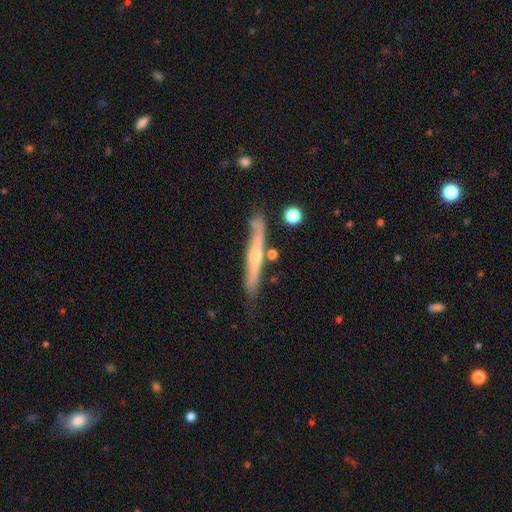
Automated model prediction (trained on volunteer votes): The model was most divided on "edge-on bulge": rounded: 61%, none: 34%, boxy: 5%. More confident: edge-on disk — yes (91%); merging — none (70%); smooth or featured — featured or disk (64%).